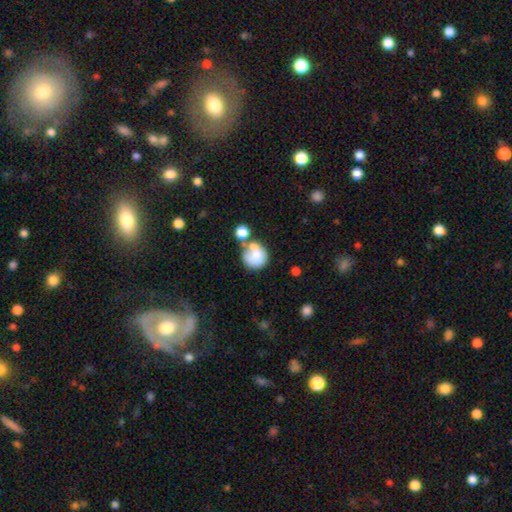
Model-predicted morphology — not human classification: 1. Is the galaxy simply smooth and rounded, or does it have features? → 70% smooth, 21% featured or disk, 9% star or artifact.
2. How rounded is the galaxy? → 79% round, 20% in between, 1% cigar-shaped.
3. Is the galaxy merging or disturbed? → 38% merger, 32% none, 16% minor disturbance, 13% major disturbance.